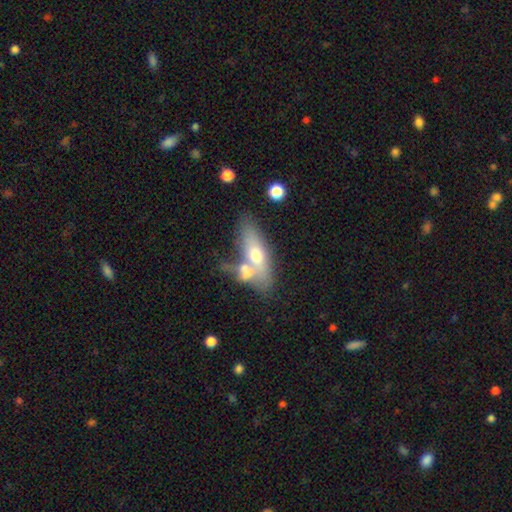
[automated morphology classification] This is possibly a smooth galaxy (52%). How rounded: likely in between (60%). Merging: marginally merger (43%).